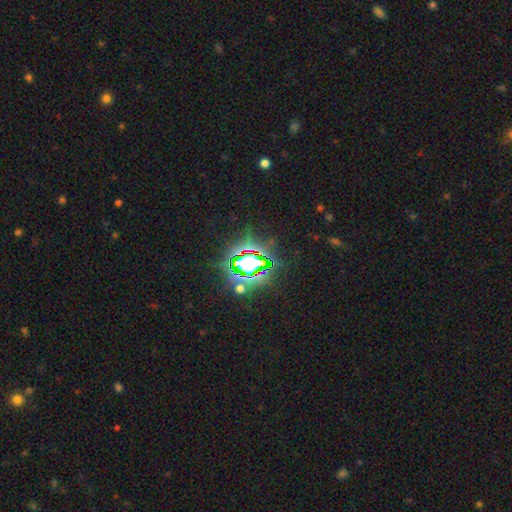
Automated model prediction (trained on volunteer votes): Smooth or featured: star or artifact — 82% (smooth — 10%)